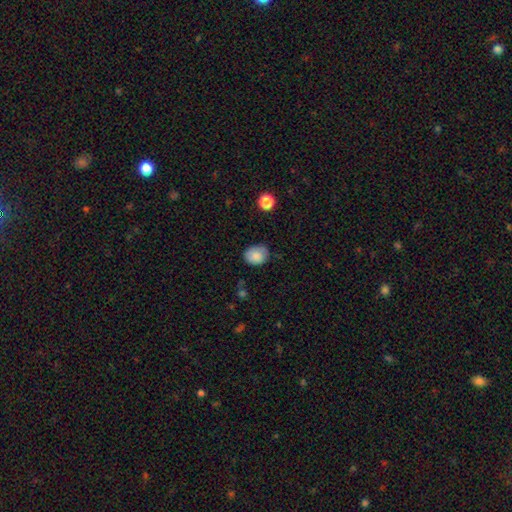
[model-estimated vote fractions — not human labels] Smooth or featured? smooth (85%)
How rounded? round (50%)
Merging? none (69%)